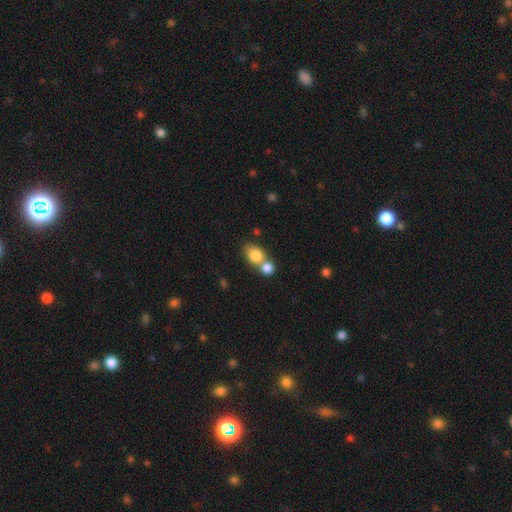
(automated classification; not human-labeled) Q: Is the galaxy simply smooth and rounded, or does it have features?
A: smooth — 81%.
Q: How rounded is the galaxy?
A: in between — 55%.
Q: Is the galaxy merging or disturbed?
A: merger — 57%.